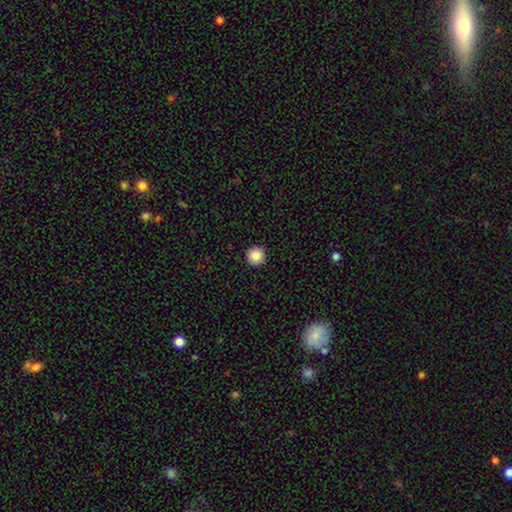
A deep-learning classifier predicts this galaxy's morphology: Smooth or featured: smooth — 88% (star or artifact — 9%)
How rounded: round — 96% (in between — 3%)
Merging: none — 93% (minor disturbance — 4%)